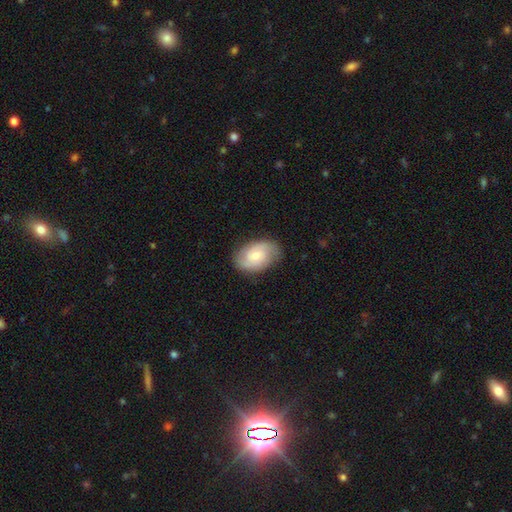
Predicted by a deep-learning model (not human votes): Smooth or featured?
  - featured or disk: 62% *
  - smooth: 32%
  - star or artifact: 6%
Edge-on disk?
  - no: 96% *
  - yes: 4%
Bar?
  - no: 64% *
  - weak: 31%
  - strong: 4%
Spiral arms?
  - yes: 90% *
  - no: 10%
Spiral winding?
  - tight: 45% *
  - medium: 41%
  - loose: 14%
Spiral arm count?
  - 2: 63% *
  - can't tell: 19%
  - 3: 10%
  - 1: 3%
  - 4: 2%
  - more than 4: 2%
Bulge size?
  - moderate: 49% *
  - small: 46%
  - large: 3%
  - none: 2%
  - dominant: 1%
Merging?
  - none: 79% *
  - minor disturbance: 16%
  - major disturbance: 4%
  - merger: 1%